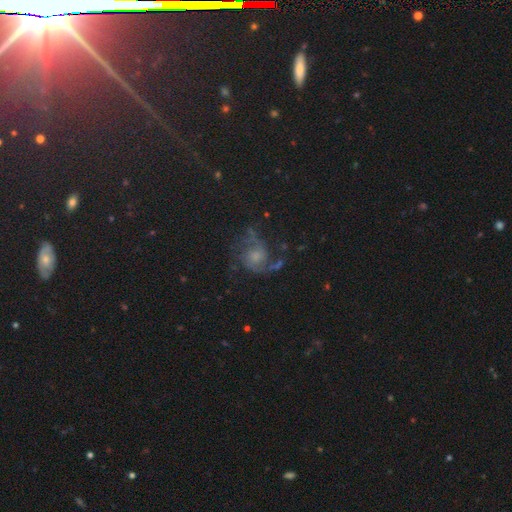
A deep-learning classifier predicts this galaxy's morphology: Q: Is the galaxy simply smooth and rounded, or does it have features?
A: featured or disk — 71%.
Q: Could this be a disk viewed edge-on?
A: no — 98%.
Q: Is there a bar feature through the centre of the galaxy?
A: no — 70%.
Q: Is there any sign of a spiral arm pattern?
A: yes — 90%.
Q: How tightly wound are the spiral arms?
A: medium — 46%.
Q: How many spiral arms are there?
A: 2 — 66%.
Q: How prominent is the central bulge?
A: small — 41%.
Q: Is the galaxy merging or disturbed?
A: none — 54%.